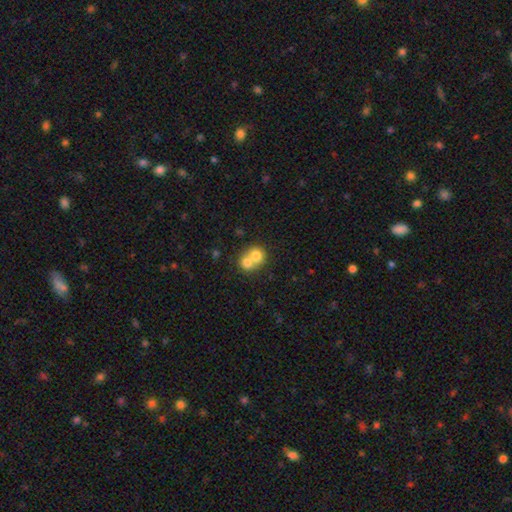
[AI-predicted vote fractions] Overall: smooth (72%). How rounded: round (77%). Merging: merger (69%).